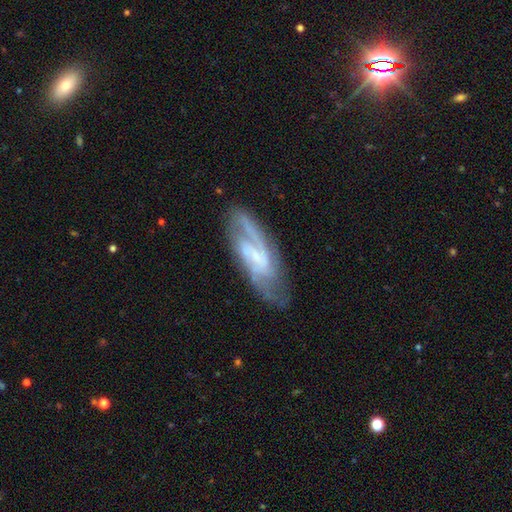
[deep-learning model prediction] This is clearly a featured or disk galaxy (81%). It is clearly not viewed edge-on (89%). Bar: possibly weak (45%). Spiral arm pattern: clearly yes (94%). Spiral arm count: possibly 2 (50%). Spiral winding: possibly medium (46%). Central bulge: possibly small (55%). Merging: likely none (73%).